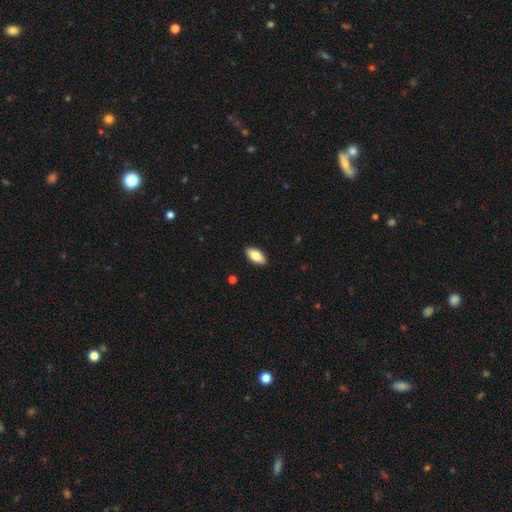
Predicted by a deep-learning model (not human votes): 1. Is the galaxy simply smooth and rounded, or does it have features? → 80% smooth, 14% featured or disk, 6% star or artifact.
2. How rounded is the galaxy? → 90% in between, 8% cigar-shaped, 2% round.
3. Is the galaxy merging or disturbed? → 90% none, 8% minor disturbance, 2% major disturbance, 1% merger.